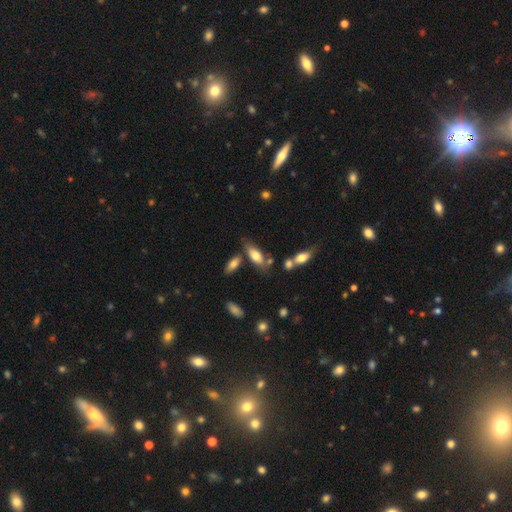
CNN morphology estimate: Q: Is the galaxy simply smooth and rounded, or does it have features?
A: smooth — 71%.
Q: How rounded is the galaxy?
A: in between — 81%.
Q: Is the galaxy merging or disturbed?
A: none — 59%.